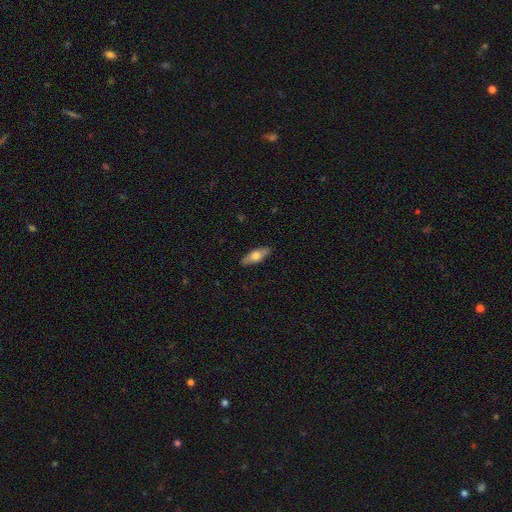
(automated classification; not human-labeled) Morphology: type=smooth (61%); roundness=in between (66%); merging=none (88%).